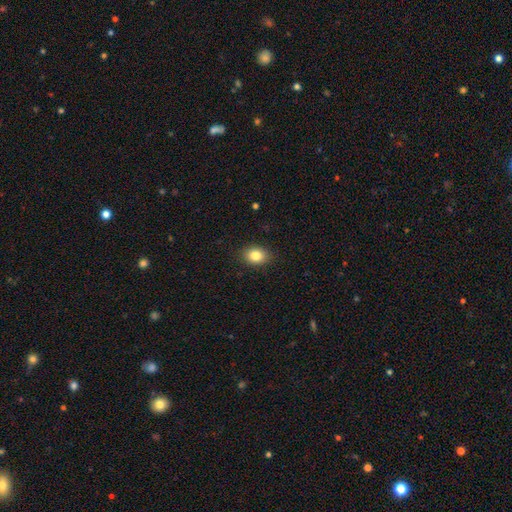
This appears to be a smooth galaxy with no disk features (92%) that is in between round and cigar-shaped (67%). Merging: none (94%).